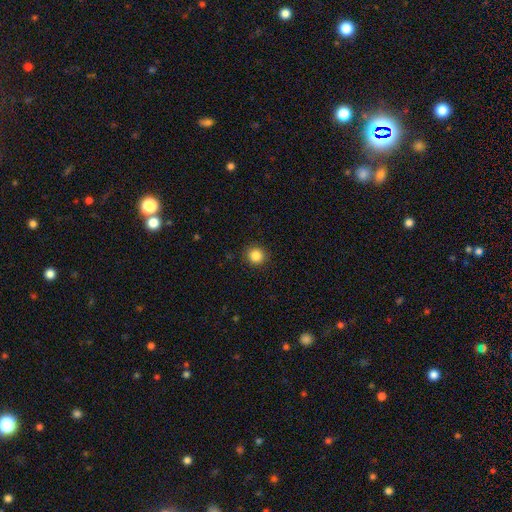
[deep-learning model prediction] Smooth or featured: smooth — 85% (star or artifact — 11%)
How rounded: round — 93% (in between — 6%)
Merging: none — 91% (minor disturbance — 6%)